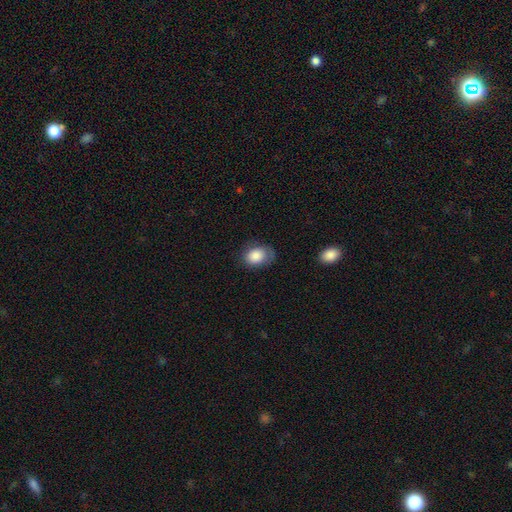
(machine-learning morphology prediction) Smooth or featured: smooth — 85% (featured or disk — 8%)
How rounded: in between — 68% (round — 31%)
Merging: none — 63% (minor disturbance — 26%)